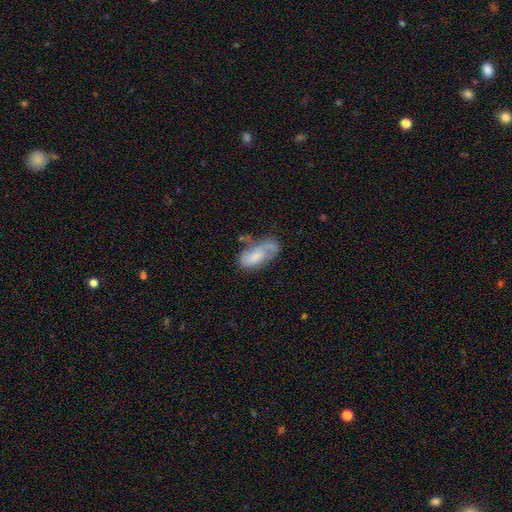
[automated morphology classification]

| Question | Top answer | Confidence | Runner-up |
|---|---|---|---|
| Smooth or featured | featured or disk | 47% | smooth (45%) |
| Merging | none | 40% | minor disturbance (29%) |